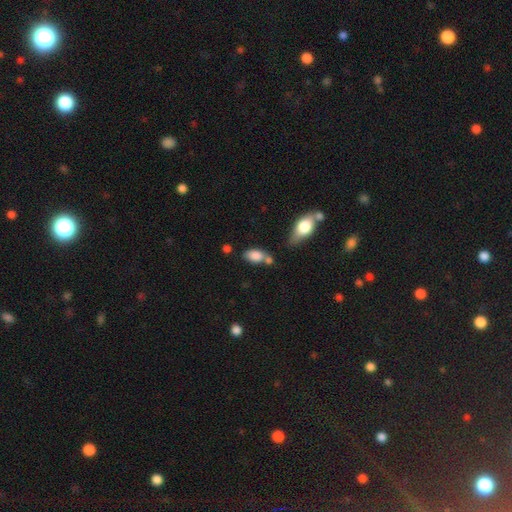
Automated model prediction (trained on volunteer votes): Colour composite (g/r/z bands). It shows a smooth galaxy with no disk features (83%) that is in between round and cigar-shaped (88%). Merging: none (51%).